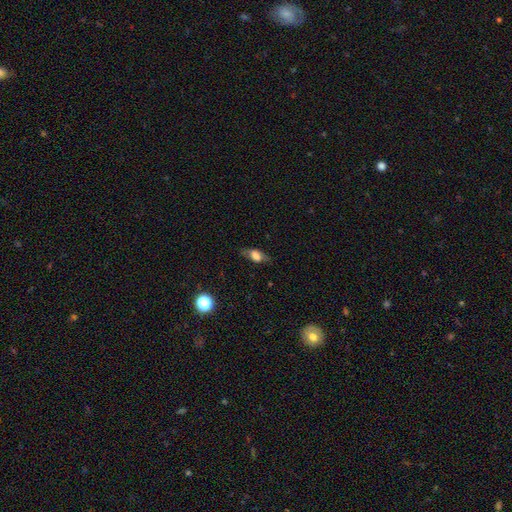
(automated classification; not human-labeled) Q: Smooth or featured?
A: smooth (61%); runner-up: featured or disk (28%)
Q: How rounded?
A: in between (75%); runner-up: cigar-shaped (17%)
Q: Merging?
A: none (71%); runner-up: minor disturbance (20%)